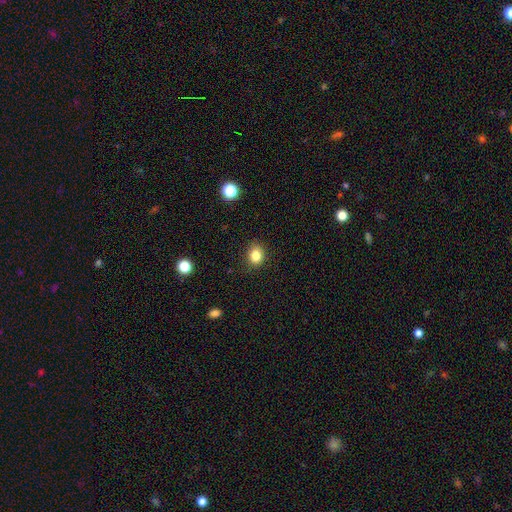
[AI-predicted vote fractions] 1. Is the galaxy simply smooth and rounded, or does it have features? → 83% smooth, 11% star or artifact, 5% featured or disk.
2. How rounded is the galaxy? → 56% round, 43% in between, 1% cigar-shaped.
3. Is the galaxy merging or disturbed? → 86% none, 10% minor disturbance, 3% major disturbance, 1% merger.